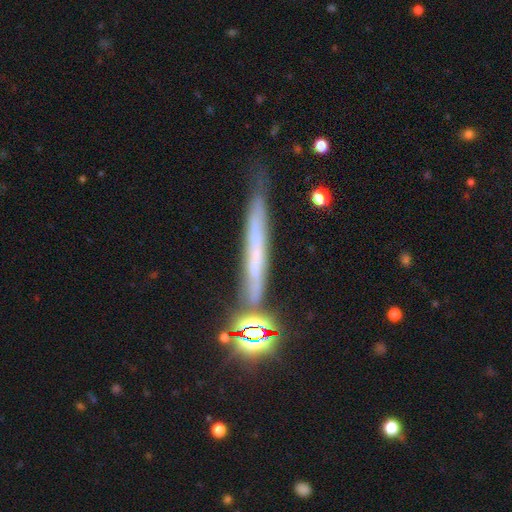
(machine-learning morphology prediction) Smooth or featured: featured or disk — 48% (smooth — 34%)
Merging: none — 73% (minor disturbance — 18%)